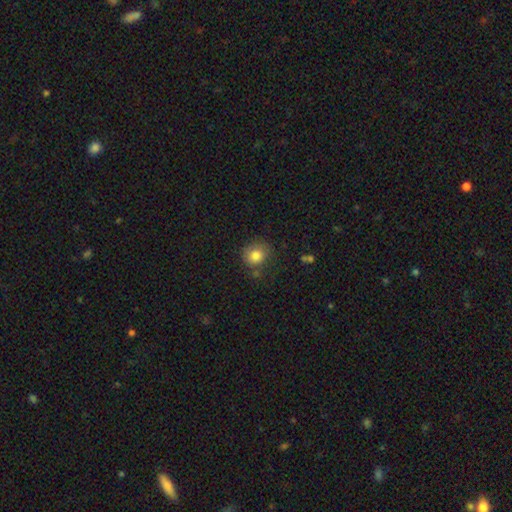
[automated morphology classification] Smooth or featured?
  - smooth: 82% *
  - star or artifact: 10%
  - featured or disk: 8%
How rounded?
  - round: 76% *
  - in between: 23%
  - cigar-shaped: 1%
Merging?
  - none: 72% *
  - minor disturbance: 19%
  - major disturbance: 5%
  - merger: 4%